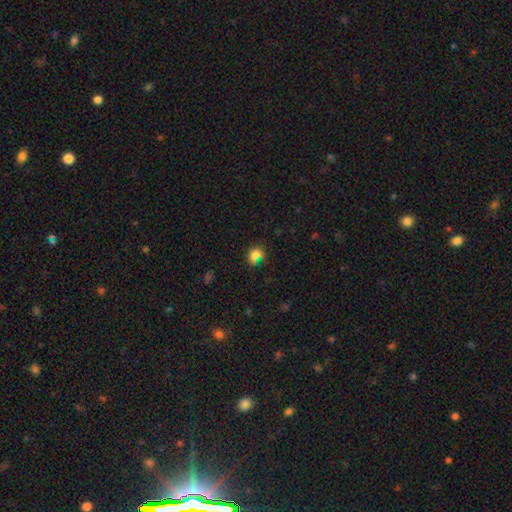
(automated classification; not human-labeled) Smooth or featured? smooth (79%)
How rounded? round (57%)
Merging? none (55%)